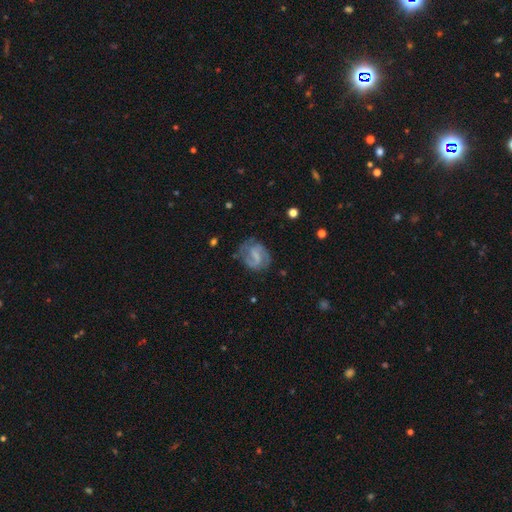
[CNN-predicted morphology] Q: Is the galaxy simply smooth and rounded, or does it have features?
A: featured or disk — 70%.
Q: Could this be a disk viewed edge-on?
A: no — 97%.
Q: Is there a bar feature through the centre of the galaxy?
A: weak — 48%.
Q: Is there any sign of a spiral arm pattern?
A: yes — 87%.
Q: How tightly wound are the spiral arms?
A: medium — 47%.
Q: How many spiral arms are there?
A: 2 — 80%.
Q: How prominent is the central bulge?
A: none — 49%.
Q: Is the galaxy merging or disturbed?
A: none — 65%.